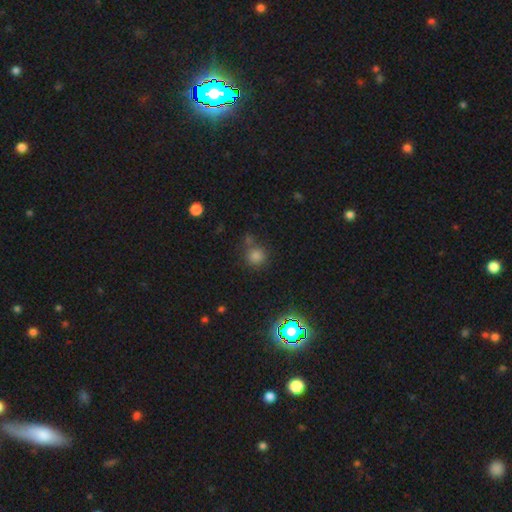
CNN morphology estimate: This is likely a smooth galaxy (76%). How rounded: clearly round (92%). Merging: likely none (67%).